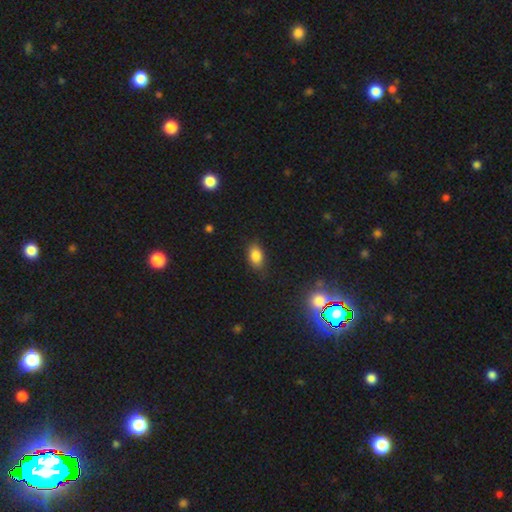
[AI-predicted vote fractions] Q: Smooth or featured?
A: smooth (85%); runner-up: star or artifact (10%)
Q: How rounded?
A: in between (86%); runner-up: round (11%)
Q: Merging?
A: none (81%); runner-up: minor disturbance (15%)